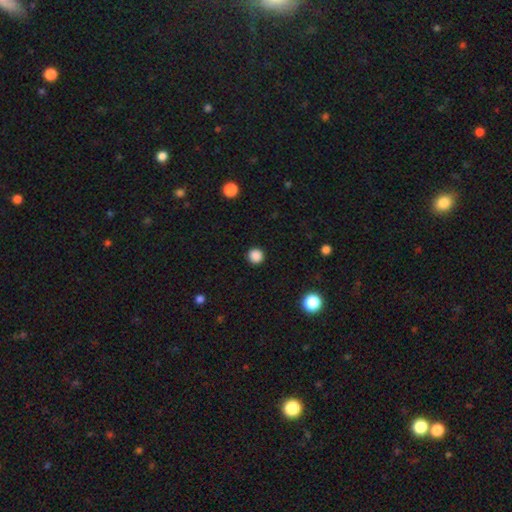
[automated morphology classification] type=smooth (87%); roundness=round (95%); merging=none (92%).